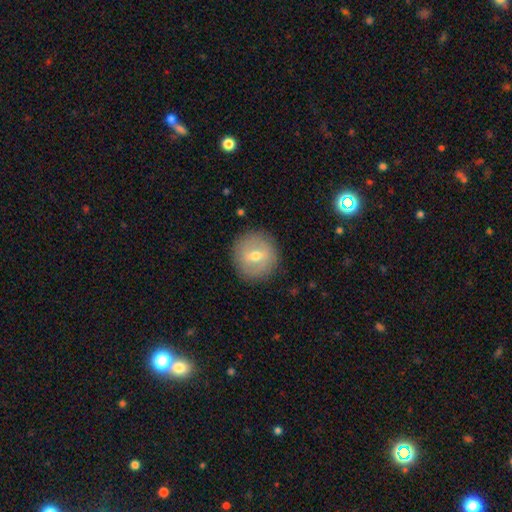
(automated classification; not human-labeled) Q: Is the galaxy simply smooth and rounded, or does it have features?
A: smooth — 54%.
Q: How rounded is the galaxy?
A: round — 94%.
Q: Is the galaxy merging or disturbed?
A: none — 88%.